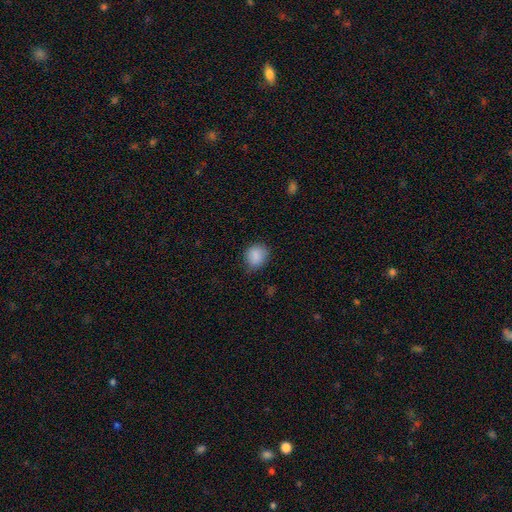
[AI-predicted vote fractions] smooth-or-featured: smooth: 87% | star or artifact: 8% | featured or disk: 4%
  how-rounded: round: 70% | in between: 29% | cigar-shaped: 1%
  merging: none: 74% | minor disturbance: 21% | major disturbance: 4% | merger: 1%